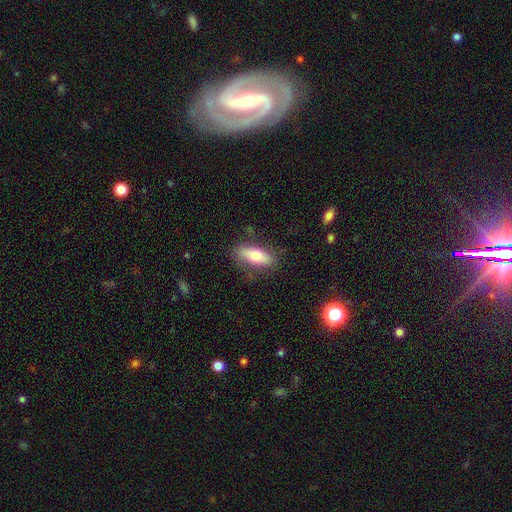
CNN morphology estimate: smooth 69%, featured or disk 24%, star or artifact 7%. Down the decision tree: how rounded — in between (70%); merging — none (79%).